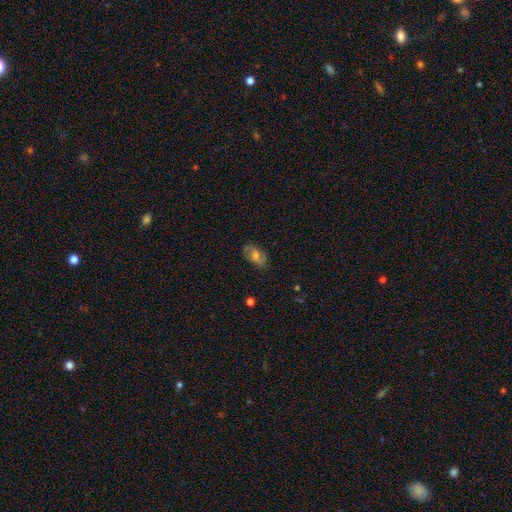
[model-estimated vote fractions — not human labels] Smooth or featured: featured or disk — 48% (smooth — 41%)
Merging: none — 79% (minor disturbance — 15%)